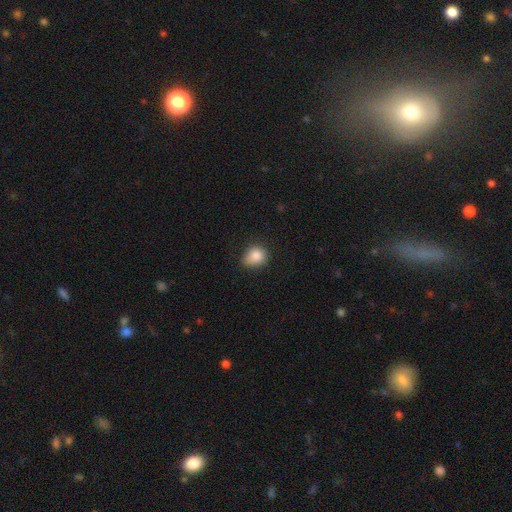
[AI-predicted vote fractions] smooth-or-featured: smooth: 85% | star or artifact: 9% | featured or disk: 6%
  how-rounded: round: 66% | in between: 34% | cigar-shaped: 1%
  merging: none: 61% | minor disturbance: 31% | major disturbance: 6% | merger: 2%